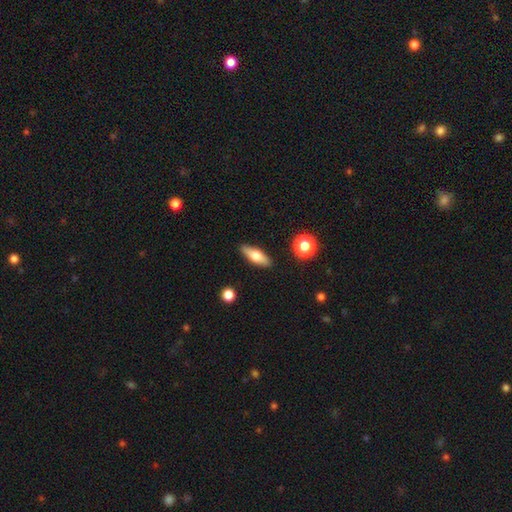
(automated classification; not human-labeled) Morphology: type=smooth (61%); roundness=in between (59%); merging=none (88%).